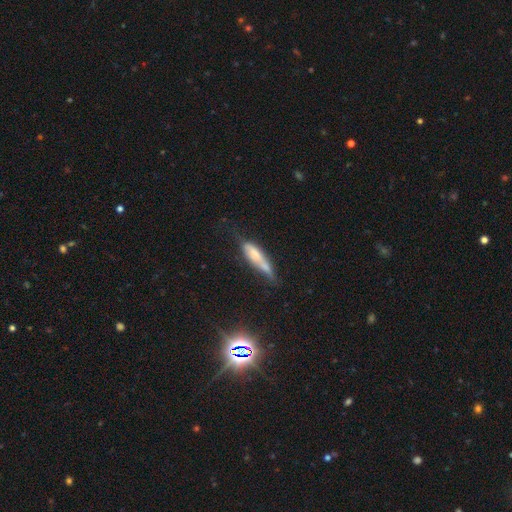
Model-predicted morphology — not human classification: smooth 56%, featured or disk 34%, star or artifact 10%. Down the decision tree: how rounded — cigar-shaped (68%); merging — none (38%).